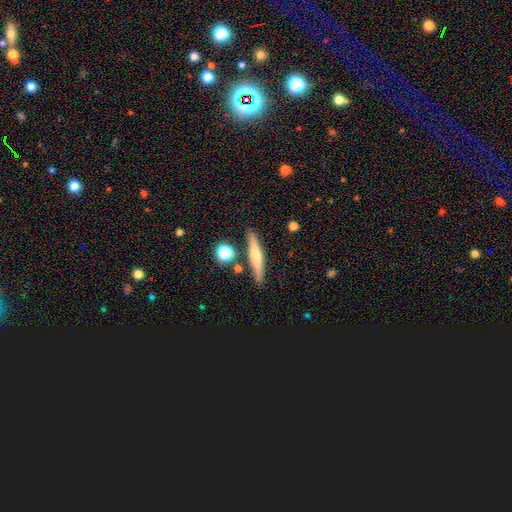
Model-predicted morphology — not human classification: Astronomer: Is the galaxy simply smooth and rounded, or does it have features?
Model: smooth — 52% (runner-up: featured or disk, 41%).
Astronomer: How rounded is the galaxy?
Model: cigar-shaped — 88%.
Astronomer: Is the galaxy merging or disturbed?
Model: none — 84%.